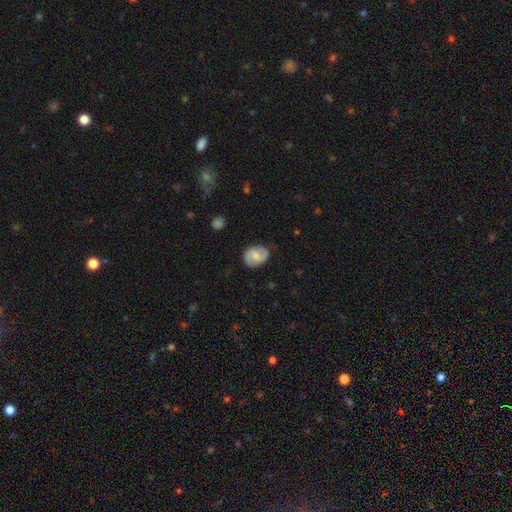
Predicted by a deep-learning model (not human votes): Smooth or featured?
  - featured or disk: 52% *
  - smooth: 41%
  - star or artifact: 7%
Edge-on disk?
  - no: 97% *
  - yes: 3%
Bar?
  - weak: 49% *
  - no: 38%
  - strong: 14%
Spiral arms?
  - yes: 87% *
  - no: 13%
Bulge size?
  - moderate: 44% *
  - small: 38%
  - none: 13%
  - large: 4%
  - dominant: 1%
Merging?
  - none: 78% *
  - minor disturbance: 17%
  - major disturbance: 4%
  - merger: 1%